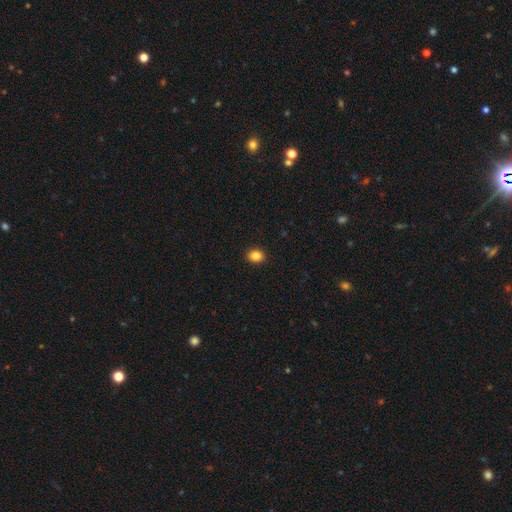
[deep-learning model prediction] Q: Smooth or featured?
A: smooth (87%); runner-up: star or artifact (10%)
Q: How rounded?
A: in between (59%); runner-up: round (40%)
Q: Merging?
A: none (91%); runner-up: minor disturbance (6%)